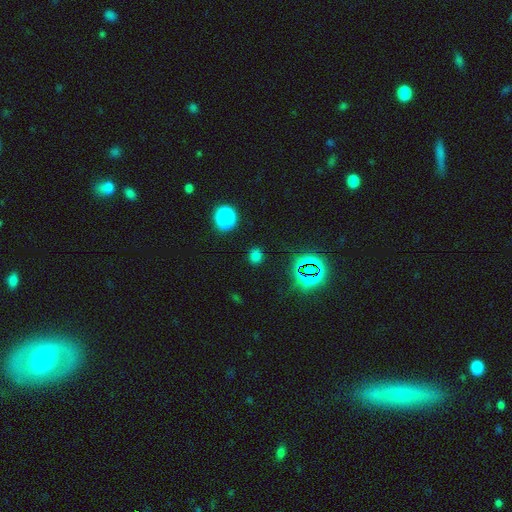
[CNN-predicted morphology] This appears to be a smooth galaxy with no disk features (66%) that is round (66%). Merging: none (85%).